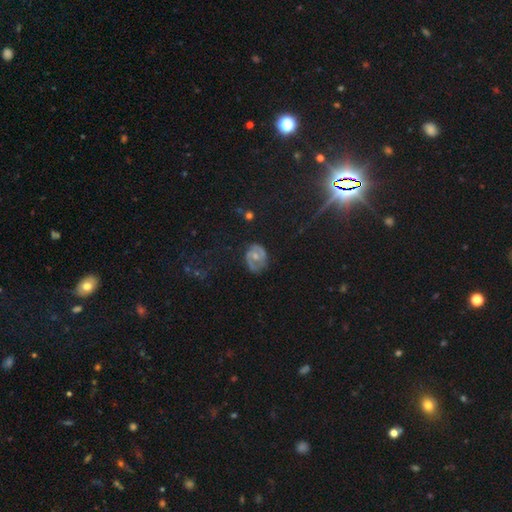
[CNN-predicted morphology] Smooth or featured? Predicted: featured or disk (p=0.64). Edge-on disk? Predicted: no (p=0.97). Bar? Predicted: no (p=0.51). Spiral arms? Predicted: yes (p=0.81). Bulge size? Predicted: moderate (p=0.51). Merging? Predicted: none (p=0.69).